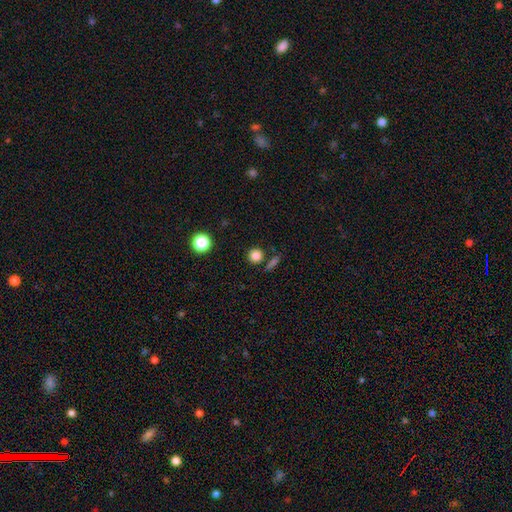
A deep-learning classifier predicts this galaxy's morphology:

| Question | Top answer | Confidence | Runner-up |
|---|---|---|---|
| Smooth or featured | smooth | 82% | star or artifact (13%) |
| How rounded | round | 92% | in between (7%) |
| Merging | none | 84% | minor disturbance (7%) |